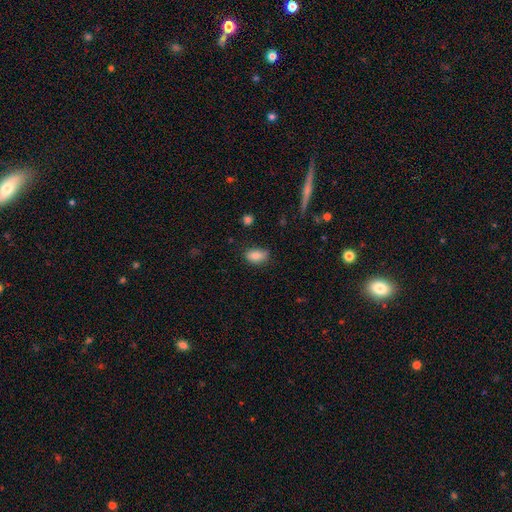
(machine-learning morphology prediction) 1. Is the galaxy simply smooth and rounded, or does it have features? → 84% smooth, 9% star or artifact, 7% featured or disk.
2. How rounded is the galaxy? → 89% in between, 8% round, 3% cigar-shaped.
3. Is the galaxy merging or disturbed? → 71% none, 23% minor disturbance, 5% major disturbance, 2% merger.